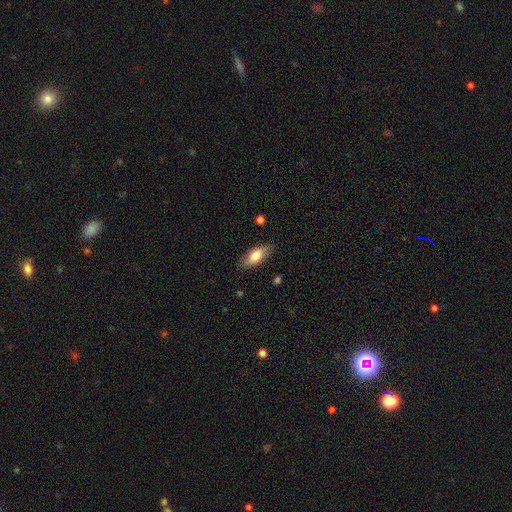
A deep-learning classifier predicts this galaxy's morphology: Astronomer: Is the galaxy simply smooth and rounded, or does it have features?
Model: smooth — 74%.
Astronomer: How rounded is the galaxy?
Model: in between — 81%.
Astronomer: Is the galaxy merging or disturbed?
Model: none — 81%.